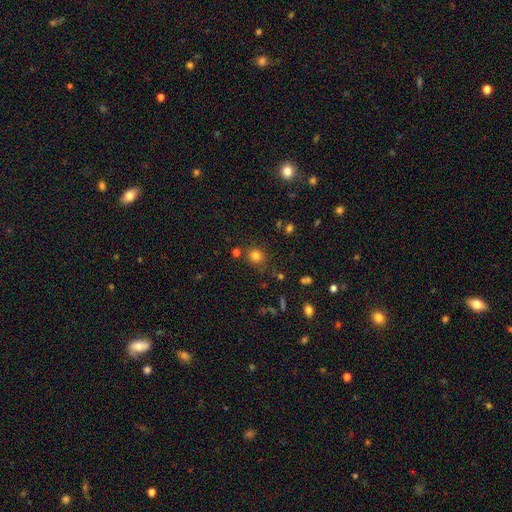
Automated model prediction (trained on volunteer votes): Morphology: type=smooth (78%); roundness=round (86%); merging=none (79%).